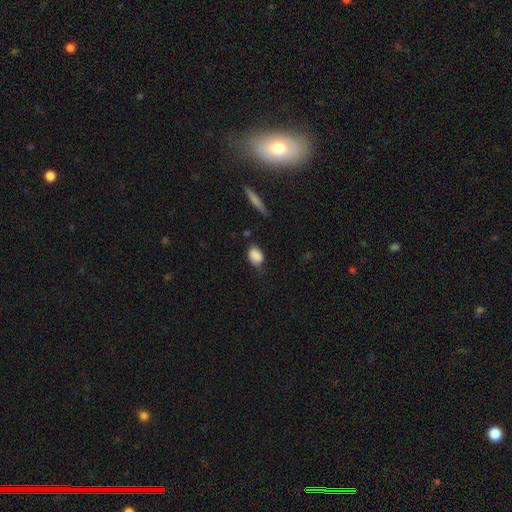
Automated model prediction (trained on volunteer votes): Smooth or featured?
  - smooth: 86% *
  - star or artifact: 8%
  - featured or disk: 6%
How rounded?
  - in between: 75% *
  - round: 23%
  - cigar-shaped: 2%
Merging?
  - none: 56% *
  - minor disturbance: 32%
  - major disturbance: 8%
  - merger: 4%